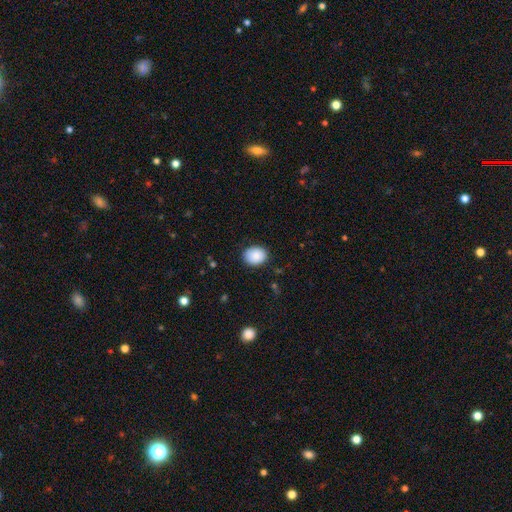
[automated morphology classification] The model was most divided on "how rounded": in between: 50%, round: 49%, cigar-shaped: 1%. More confident: smooth or featured — smooth (88%); merging — none (85%).